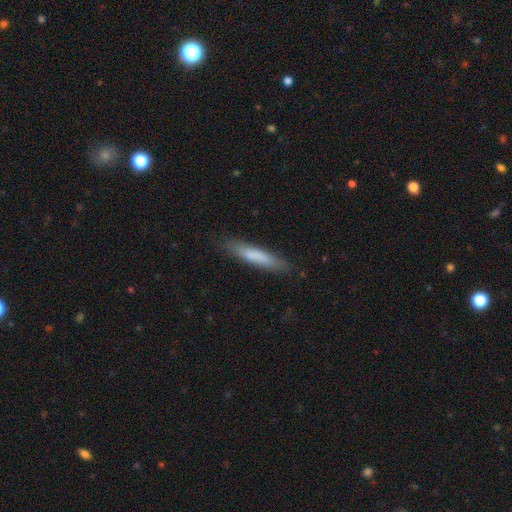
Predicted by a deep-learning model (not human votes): Overall: smooth (77%). How rounded: cigar-shaped (88%). Merging: none (85%).